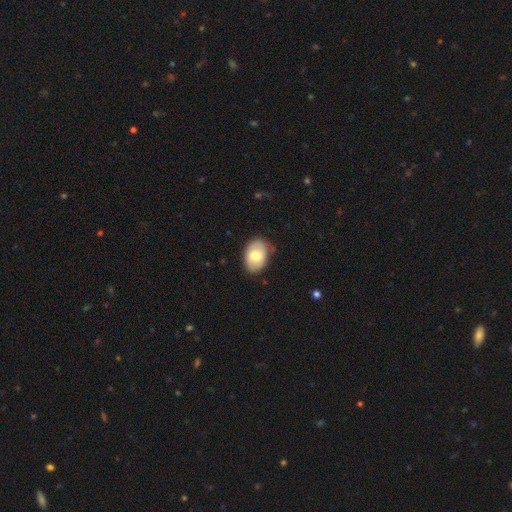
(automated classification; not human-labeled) The model was most divided on "smooth or featured": smooth: 73%, featured or disk: 21%, star or artifact: 7%. More confident: how rounded — in between (82%); merging — none (76%).